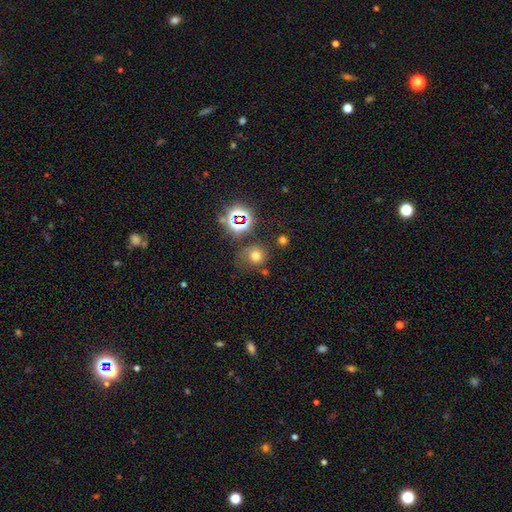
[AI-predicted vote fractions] A smooth galaxy with no disk features (64%) that is round (82%). Merging: none (66%).